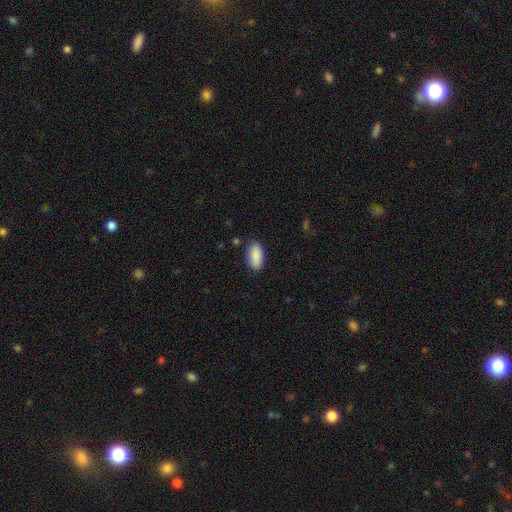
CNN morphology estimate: Smooth or featured? Predicted: smooth (p=0.89). How rounded? Predicted: in between (p=0.93). Merging? Predicted: none (p=0.85).